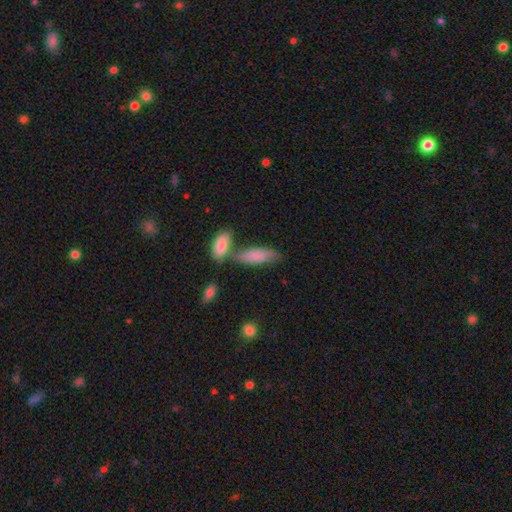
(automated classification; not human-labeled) Smooth or featured? Predicted: smooth (p=0.78). How rounded? Predicted: in between (p=0.65). Merging? Predicted: none (p=0.51).